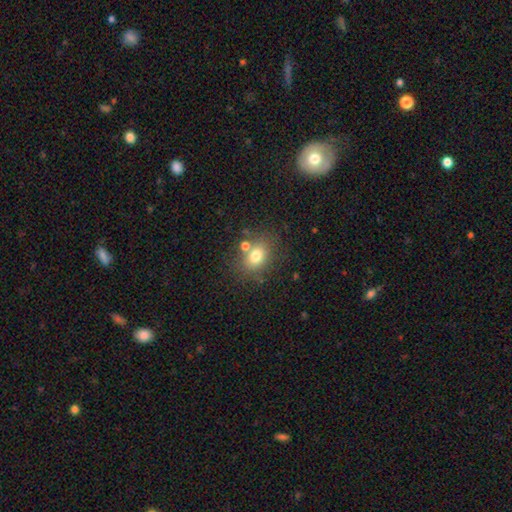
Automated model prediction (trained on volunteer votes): Smooth or featured? smooth (75%)
How rounded? in between (54%)
Merging? none (67%)